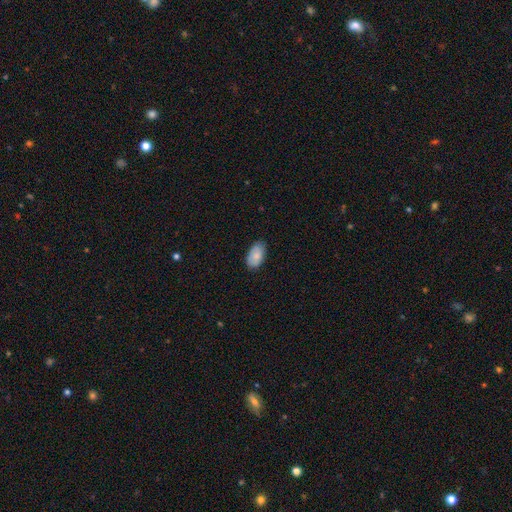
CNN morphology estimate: Overall: smooth (85%). How rounded: in between (94%). Merging: none (81%).